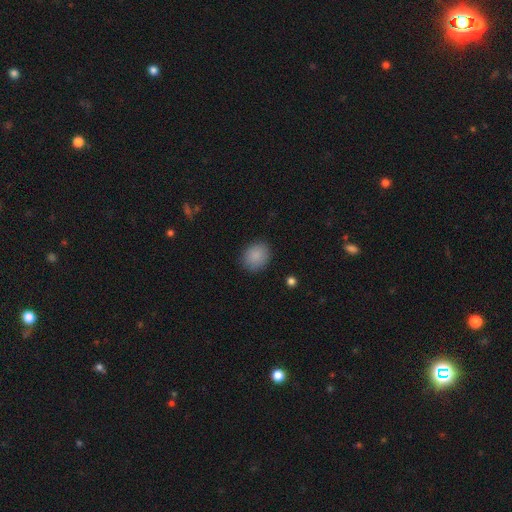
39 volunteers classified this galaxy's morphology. This appears to be a smooth galaxy with no disk features (90%) that is round (63%). Merging: none (89%).